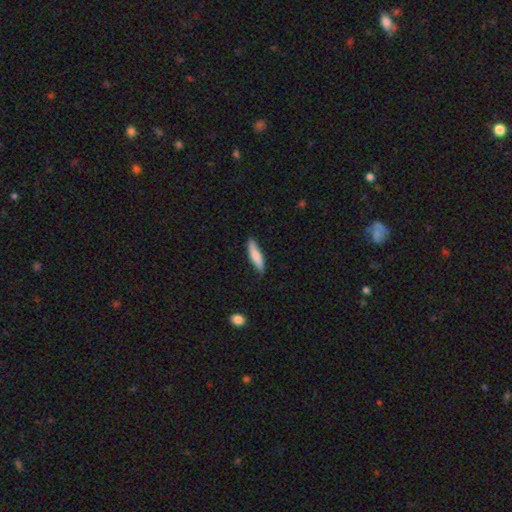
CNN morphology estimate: smooth 78%, featured or disk 16%, star or artifact 5%. Down the decision tree: how rounded — cigar-shaped (78%); merging — none (83%).